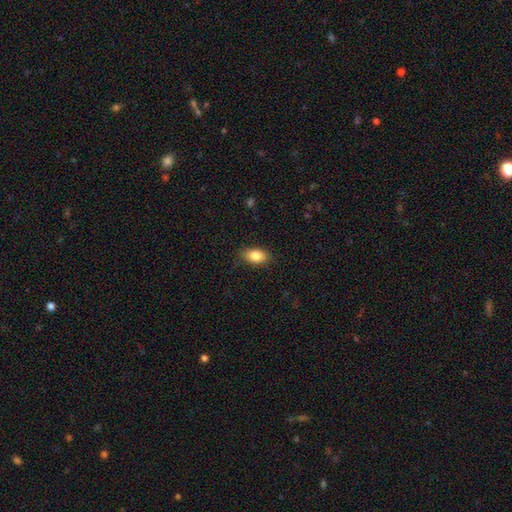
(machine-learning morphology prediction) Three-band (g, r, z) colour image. It shows a smooth galaxy with no disk features (84%) that is in between round and cigar-shaped (88%). Merging: none (82%).